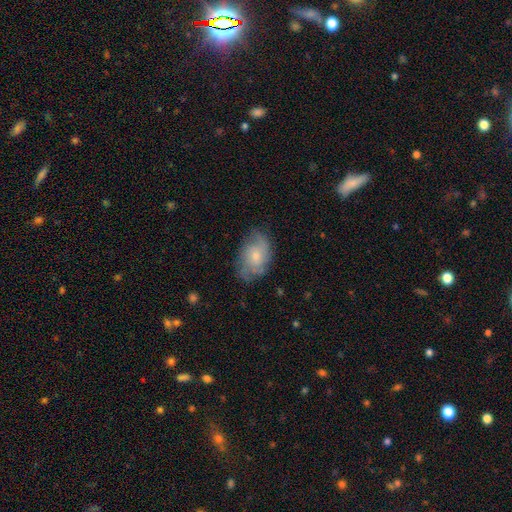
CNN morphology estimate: The model was most divided on "smooth or featured": featured or disk: 51%, smooth: 41%, star or artifact: 8%. More confident: edge-on disk — no (96%); merging — none (67%).